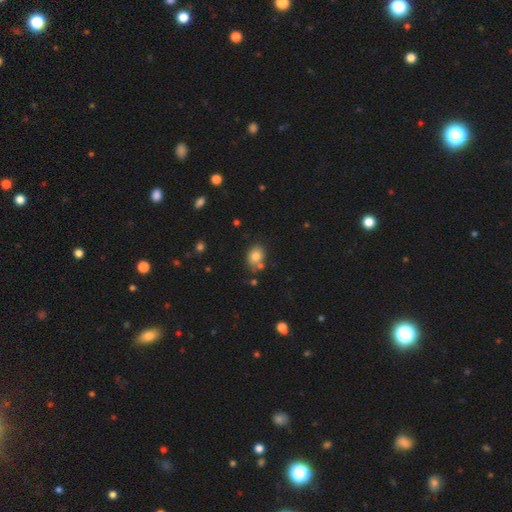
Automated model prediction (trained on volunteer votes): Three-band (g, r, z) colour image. It shows a smooth galaxy with no disk features (80%) that is in between round and cigar-shaped (55%). Merging: none (67%).